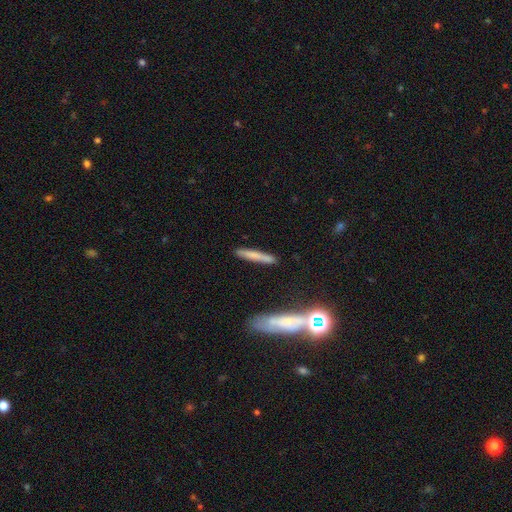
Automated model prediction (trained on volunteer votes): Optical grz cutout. It shows a smooth galaxy with no disk features (67%) that is cigar-shaped (93%). Merging: none (85%).